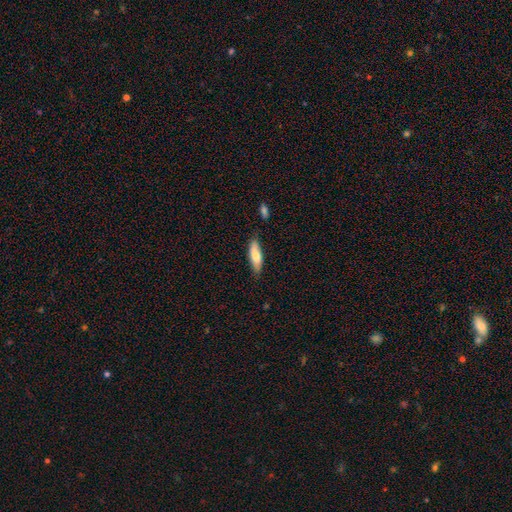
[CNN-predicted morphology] Smooth or featured? Predicted: smooth (p=0.71). How rounded? Predicted: cigar-shaped (p=0.53). Merging? Predicted: none (p=0.78).